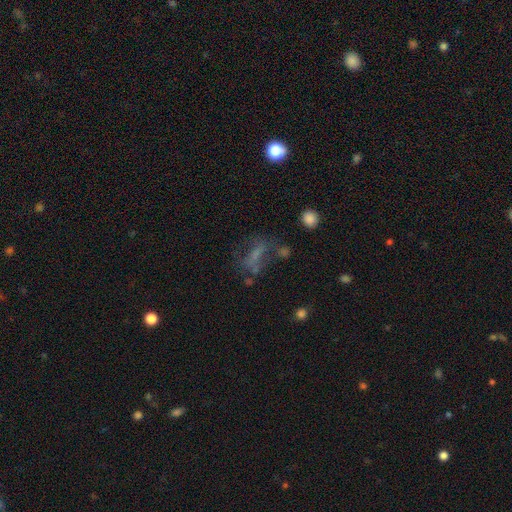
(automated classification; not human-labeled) Morphology: type=smooth (40%); merging=none (45%).